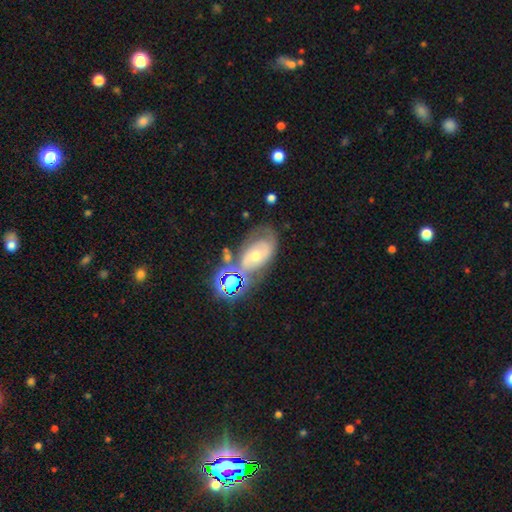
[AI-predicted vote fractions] smooth_or_featured: featured or disk (p=0.58) [alt: smooth p=0.22]
disk_edge_on: no (p=0.94) [alt: yes p=0.06]
bar: no (p=0.69) [alt: weak p=0.23]
has_spiral_arms: yes (p=0.72) [alt: no p=0.28]
bulge_size: moderate (p=0.53) [alt: small p=0.40]
merging: none (p=0.45) [alt: minor disturbance p=0.23]